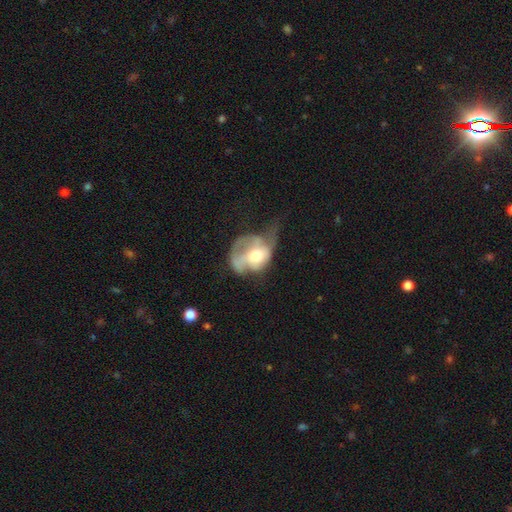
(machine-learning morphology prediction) This is possibly a featured or disk galaxy (53%). It is clearly not viewed edge-on (96%). Bar: likely no (74%). Spiral arm pattern: possibly no (59%). Central bulge: possibly moderate (57%). Merging: possibly major disturbance (56%).